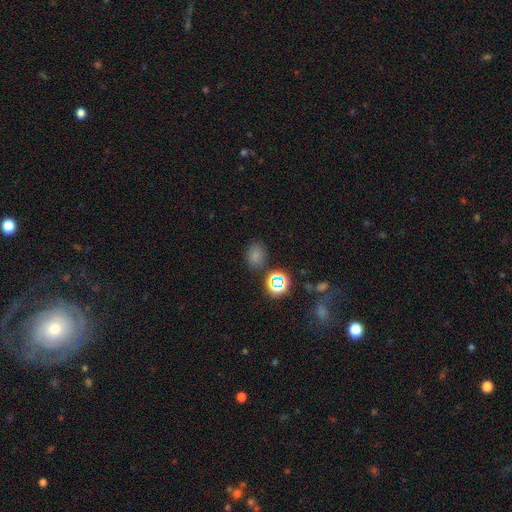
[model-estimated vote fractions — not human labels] Morphology: type=smooth (71%); roundness=in between (51%); merging=none (79%).